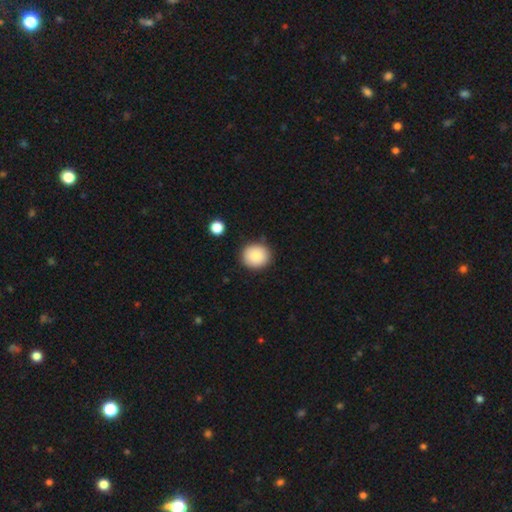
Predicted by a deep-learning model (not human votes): A smooth galaxy with no disk features (87%) that is round (83%).

Vote fractions:
- Smooth or featured? smooth: 87% / star or artifact: 8% / featured or disk: 5%
- How rounded? round: 83% / in between: 16% / cigar-shaped: 1%
- Merging? none: 87% / minor disturbance: 9% / major disturbance: 2% / merger: 2%